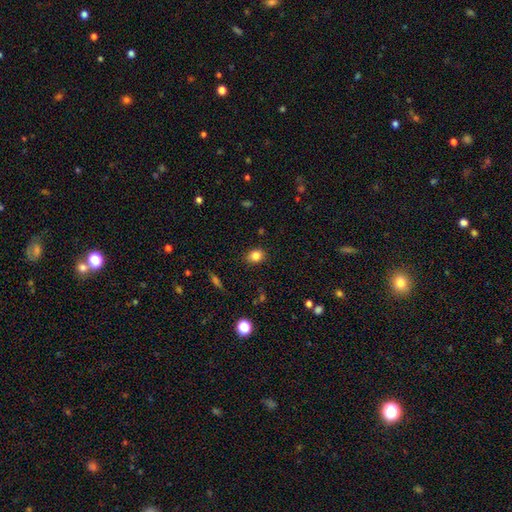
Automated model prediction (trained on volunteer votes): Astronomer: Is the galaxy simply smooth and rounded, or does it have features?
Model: smooth — 83%.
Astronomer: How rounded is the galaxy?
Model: round — 51% (runner-up: in between, 48%).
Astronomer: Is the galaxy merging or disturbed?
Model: none — 86%.